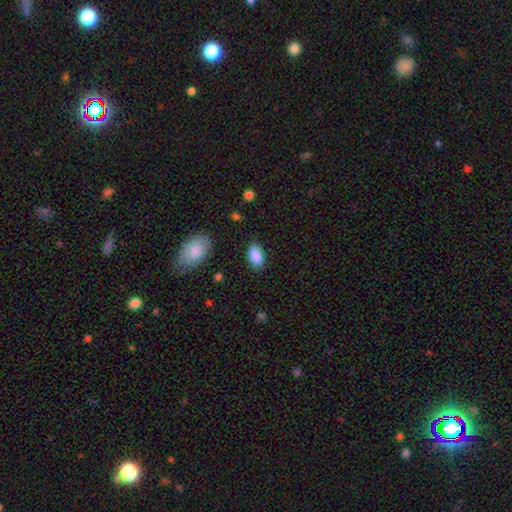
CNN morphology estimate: smooth-or-featured: smooth: 89% | star or artifact: 7% | featured or disk: 4%
  how-rounded: in between: 93% | round: 5% | cigar-shaped: 2%
  merging: none: 83% | minor disturbance: 12% | major disturbance: 3% | merger: 1%